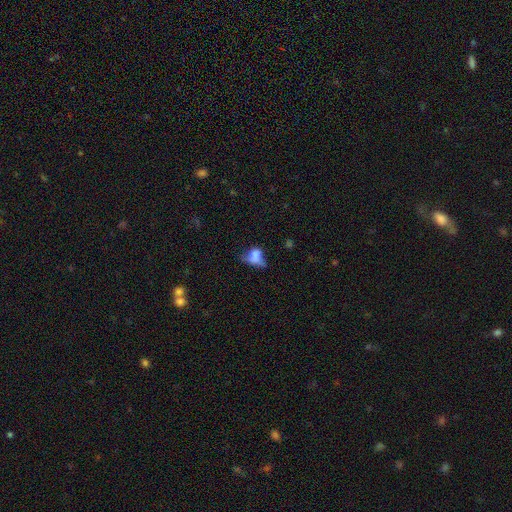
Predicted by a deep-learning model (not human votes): Smooth or featured? Predicted: smooth (p=0.64). How rounded? Predicted: in between (p=0.72). Merging? Predicted: major disturbance (p=0.30).